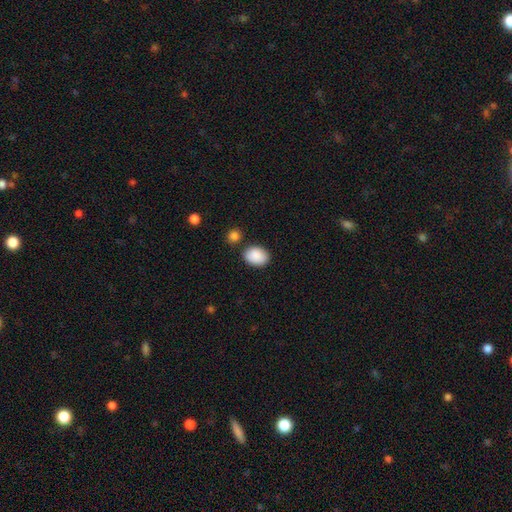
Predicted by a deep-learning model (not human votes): smooth-or-featured: smooth: 90% | star or artifact: 6% | featured or disk: 3%
  how-rounded: in between: 76% | round: 23% | cigar-shaped: 1%
  merging: none: 79% | minor disturbance: 12% | merger: 6% | major disturbance: 3%